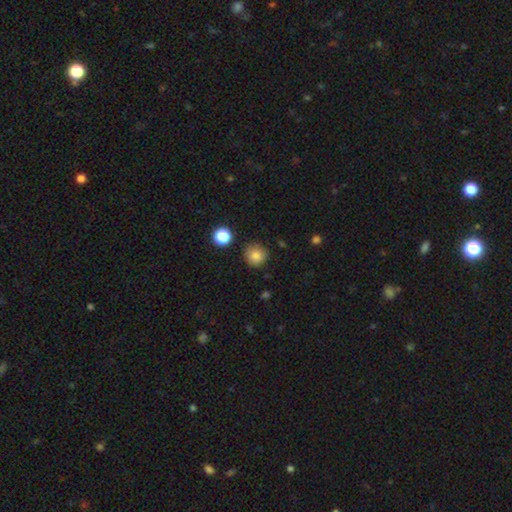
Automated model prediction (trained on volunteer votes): smooth-or-featured: smooth: 84% | star or artifact: 11% | featured or disk: 5%
  how-rounded: round: 93% | in between: 6% | cigar-shaped: 1%
  merging: none: 86% | minor disturbance: 9% | major disturbance: 3% | merger: 2%